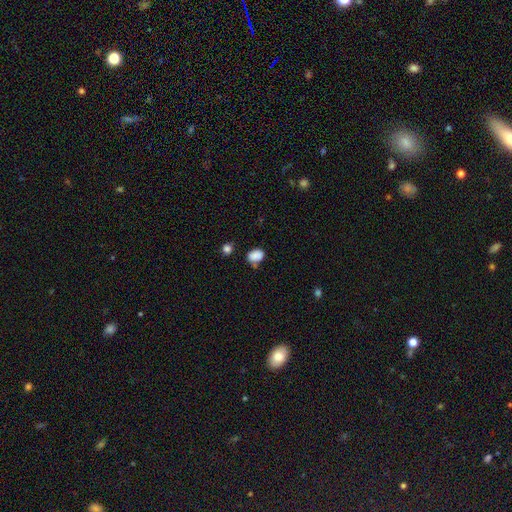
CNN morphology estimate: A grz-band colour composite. It shows a smooth galaxy with no disk features (84%) that is in between round and cigar-shaped (75%). Merging: none (60%).